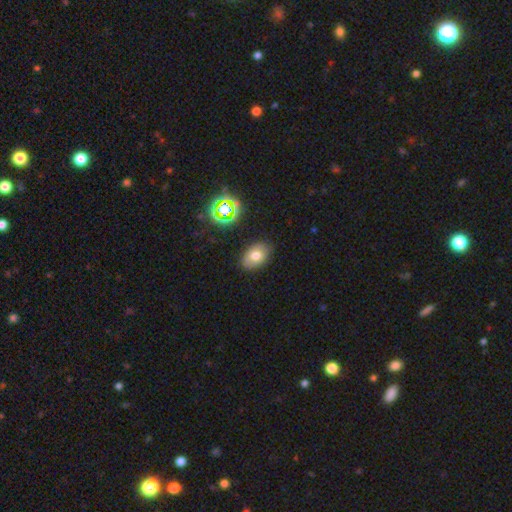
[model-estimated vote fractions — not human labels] A smooth galaxy with no disk features (67%) that is in between round and cigar-shaped (85%). Merging: none (84%).